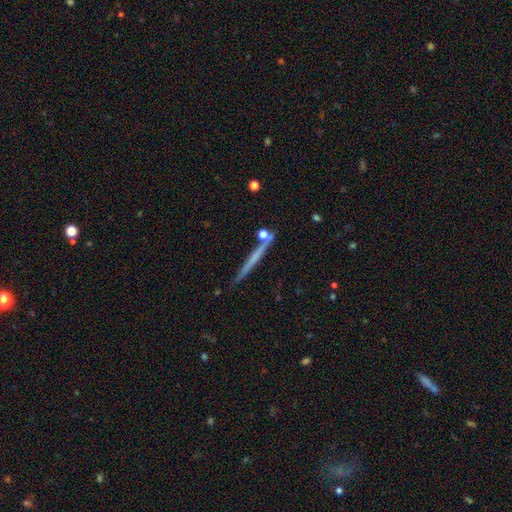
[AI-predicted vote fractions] Smooth or featured: featured or disk — 49% (smooth — 44%)
Merging: none — 83% (minor disturbance — 10%)